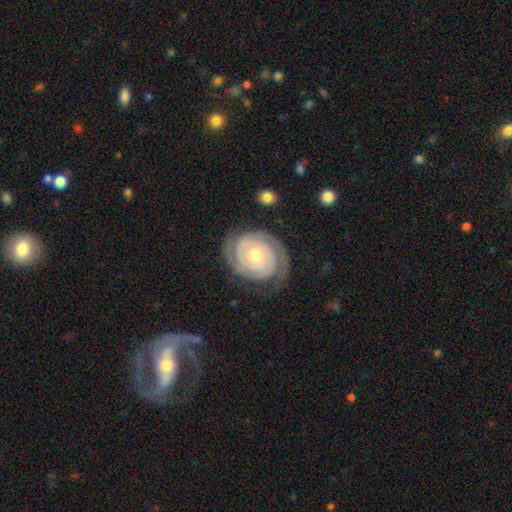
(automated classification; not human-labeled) Smooth or featured?
  - featured or disk: 86% *
  - smooth: 9%
  - star or artifact: 5%
Edge-on disk?
  - no: 98% *
  - yes: 2%
Bar?
  - no: 77% *
  - weak: 18%
  - strong: 5%
Spiral arms?
  - yes: 96% *
  - no: 4%
Spiral winding?
  - tight: 81% *
  - medium: 15%
  - loose: 4%
Spiral arm count?
  - 2: 63% *
  - can't tell: 16%
  - 3: 9%
  - 1: 5%
  - 4: 3%
  - more than 4: 3%
Bulge size?
  - small: 55% *
  - moderate: 40%
  - large: 2%
  - none: 1%
  - dominant: 1%
Merging?
  - none: 75% *
  - minor disturbance: 16%
  - major disturbance: 8%
  - merger: 1%